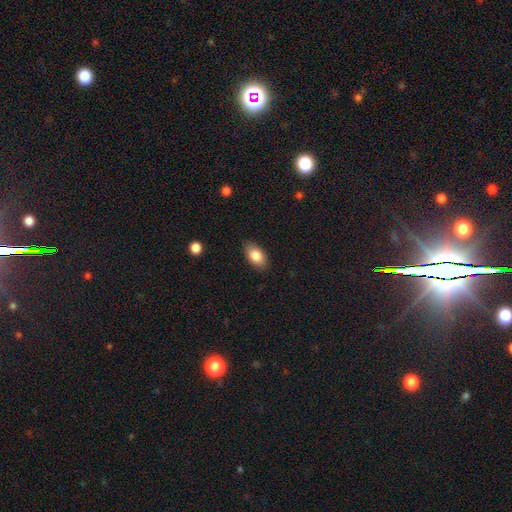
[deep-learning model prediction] Smooth or featured? Predicted: smooth (p=0.83). How rounded? Predicted: in between (p=0.92). Merging? Predicted: none (p=0.85).